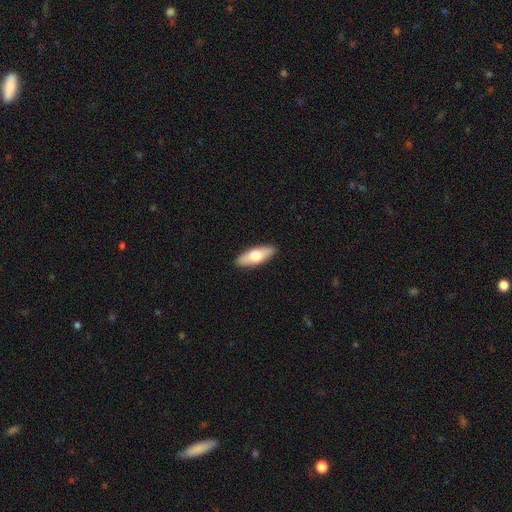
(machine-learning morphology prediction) Overall: smooth (64%; featured or disk 30%). How rounded: in between (70%). Merging: none (90%).